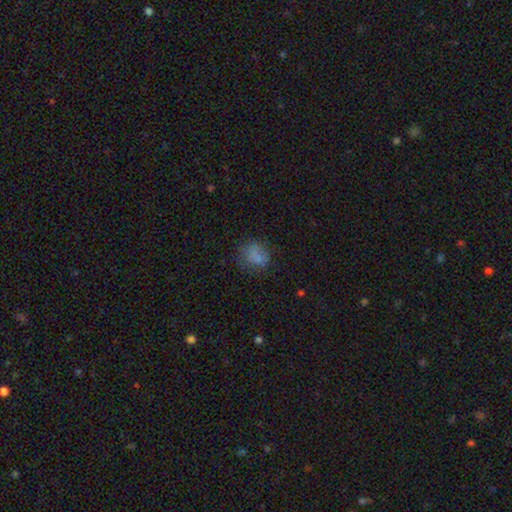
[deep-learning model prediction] Smooth or featured? smooth (71%)
How rounded? round (62%)
Merging? none (56%)